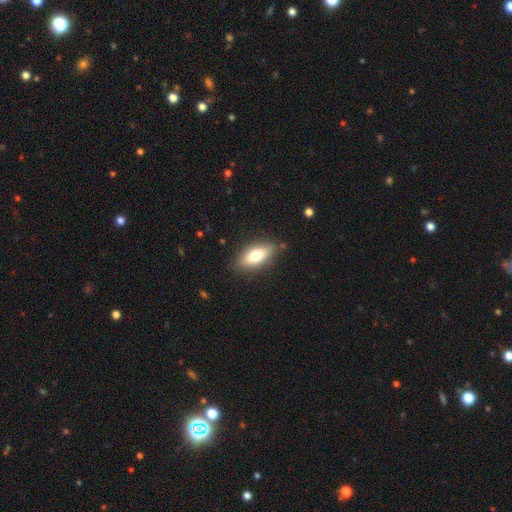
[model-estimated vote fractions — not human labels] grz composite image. It shows a smooth galaxy with no disk features (72%) that is in between round and cigar-shaped (81%). Merging: none (85%).